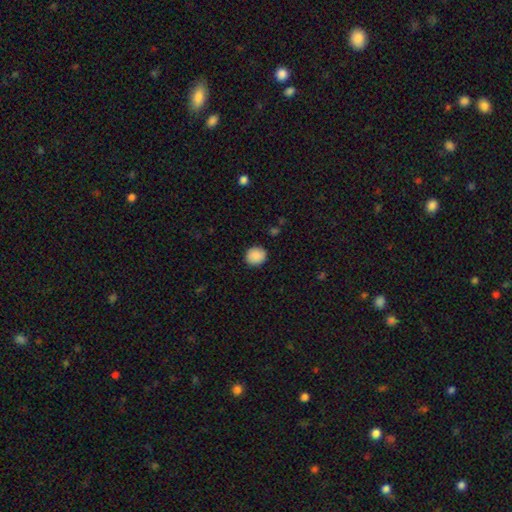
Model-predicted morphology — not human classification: This is clearly a smooth galaxy (89%). How rounded: likely round (80%). Merging: clearly none (90%).